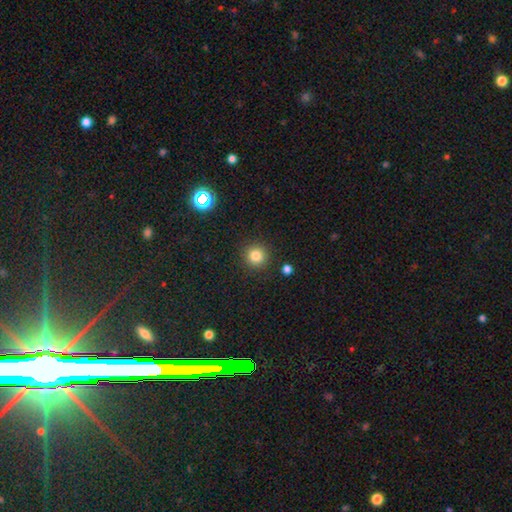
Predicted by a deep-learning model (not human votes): smooth 82%, star or artifact 13%, featured or disk 5%. Down the decision tree: how rounded — round (95%); merging — none (90%).